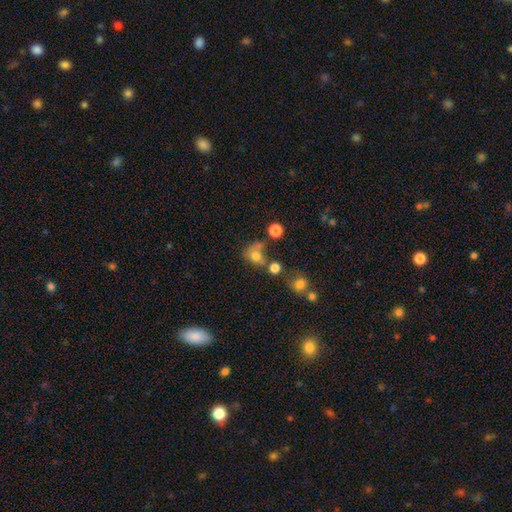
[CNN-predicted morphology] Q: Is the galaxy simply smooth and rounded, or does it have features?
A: smooth — 73%.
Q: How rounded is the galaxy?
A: round — 65%.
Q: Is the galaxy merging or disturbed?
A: none — 39%.